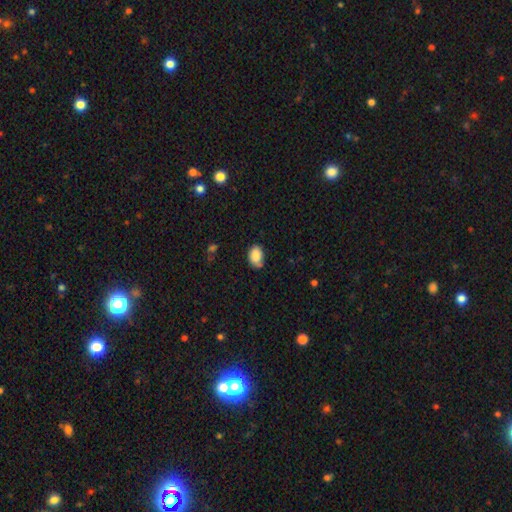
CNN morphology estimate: A smooth galaxy with no disk features (87%) that is in between round and cigar-shaped (86%). Merging: none (67%).